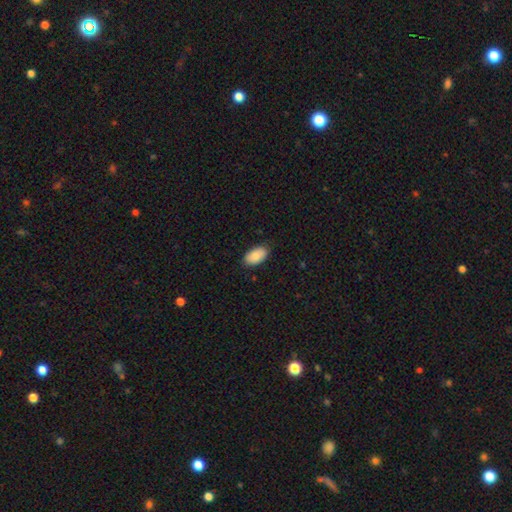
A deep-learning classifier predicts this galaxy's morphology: This appears to be a smooth galaxy with no disk features (88%) that is in between round and cigar-shaped (95%). Merging: none (84%).